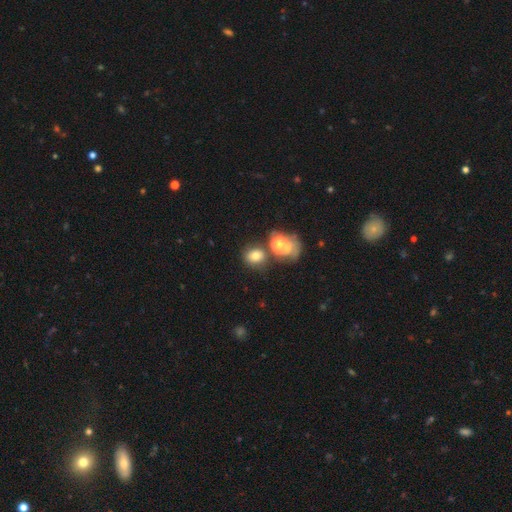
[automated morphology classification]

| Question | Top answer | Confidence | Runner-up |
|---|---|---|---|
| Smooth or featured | smooth | 69% | star or artifact (17%) |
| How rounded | round | 67% | in between (32%) |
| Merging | none | 58% | merger (23%) |